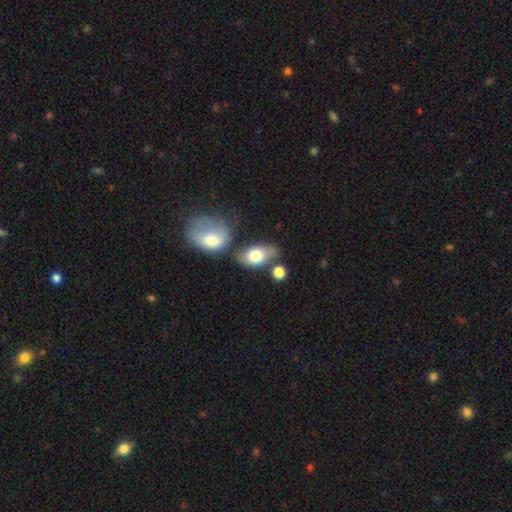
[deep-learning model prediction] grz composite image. It shows a smooth galaxy with no disk features (71%) that is in between round and cigar-shaped (89%). Merging: none (60%).